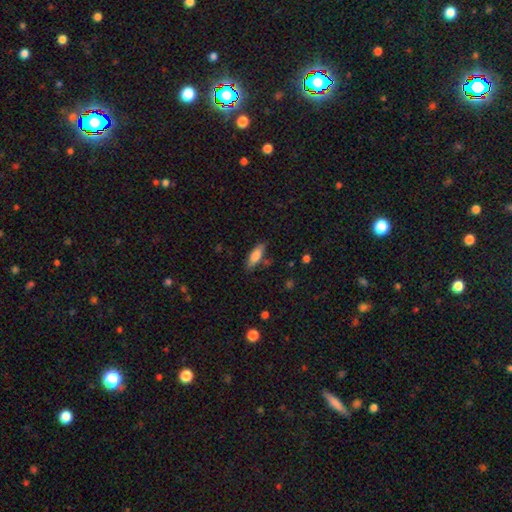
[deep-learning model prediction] Overall: smooth (81%). How rounded: in between (65%; cigar-shaped 33%). Merging: none (78%).